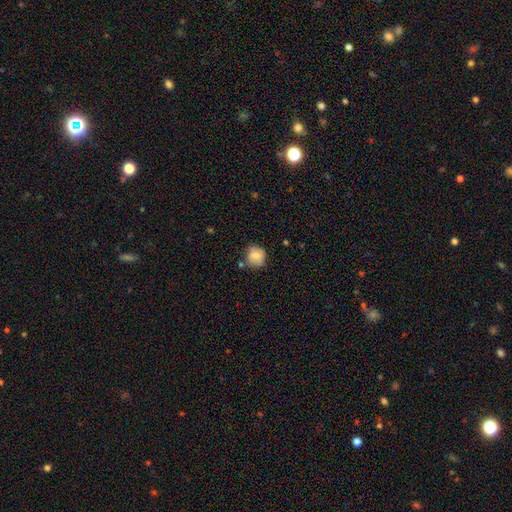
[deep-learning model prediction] Q: Smooth or featured?
A: smooth (77%); runner-up: featured or disk (14%)
Q: How rounded?
A: round (87%); runner-up: in between (12%)
Q: Merging?
A: none (68%); runner-up: minor disturbance (22%)